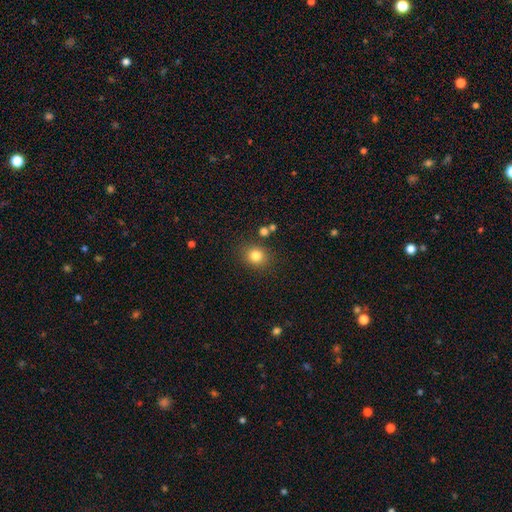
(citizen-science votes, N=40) This appears to be a smooth galaxy with no disk features (85%) that is round (74%). Merging: none (66%).